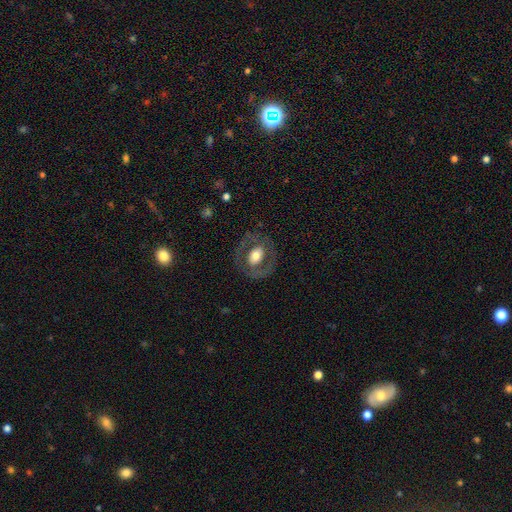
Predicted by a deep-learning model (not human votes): smooth-or-featured: smooth: 47% | featured or disk: 46% | star or artifact: 7%
  merging: none: 77% | minor disturbance: 12% | major disturbance: 10% | merger: 1%